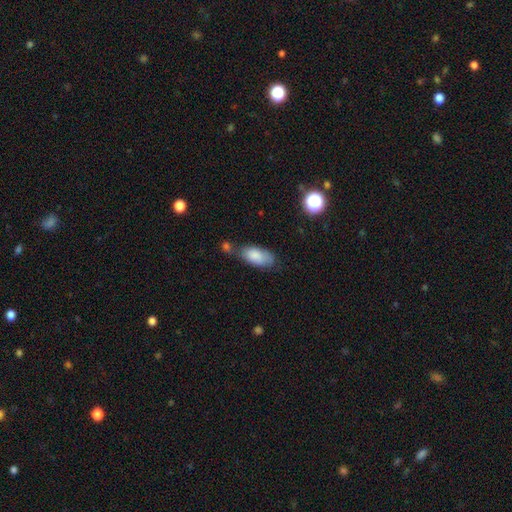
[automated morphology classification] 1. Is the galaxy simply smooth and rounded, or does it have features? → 82% smooth, 11% featured or disk, 7% star or artifact.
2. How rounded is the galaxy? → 88% in between, 9% cigar-shaped, 3% round.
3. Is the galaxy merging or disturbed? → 47% none, 27% minor disturbance, 17% merger, 9% major disturbance.